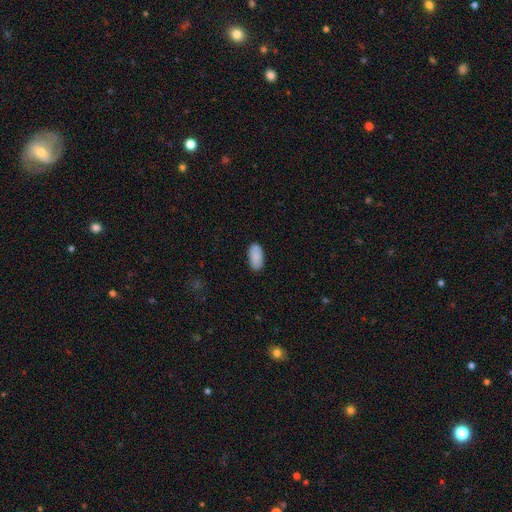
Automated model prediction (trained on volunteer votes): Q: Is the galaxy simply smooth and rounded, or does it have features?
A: smooth — 88%.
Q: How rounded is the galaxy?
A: in between — 94%.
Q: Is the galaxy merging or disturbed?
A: none — 86%.